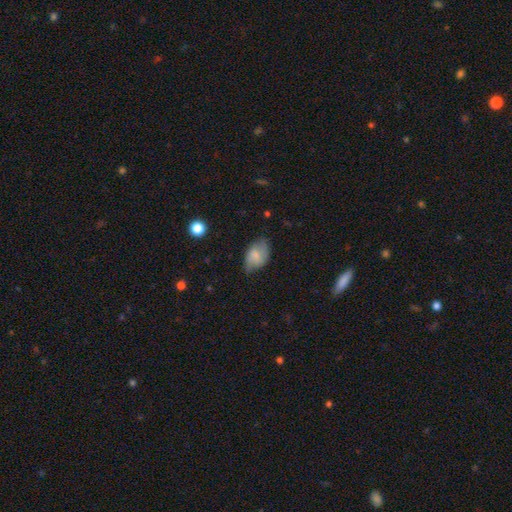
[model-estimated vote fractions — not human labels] smooth 71%, featured or disk 21%, star or artifact 7%. Down the decision tree: how rounded — in between (88%); merging — none (60%).